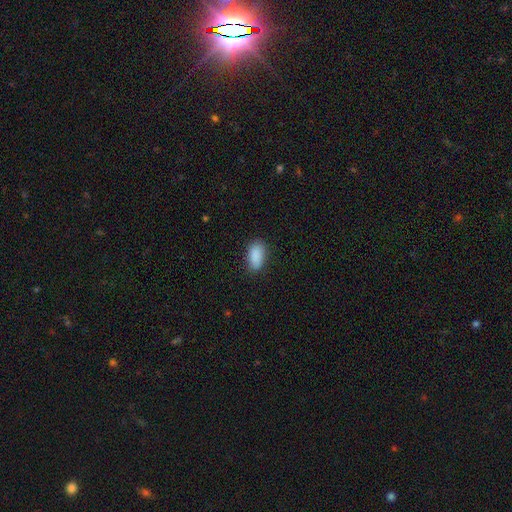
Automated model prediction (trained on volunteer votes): smooth-or-featured: smooth: 89% | star or artifact: 7% | featured or disk: 4%
  how-rounded: in between: 92% | round: 4% | cigar-shaped: 4%
  merging: none: 80% | minor disturbance: 16% | major disturbance: 3% | merger: 1%